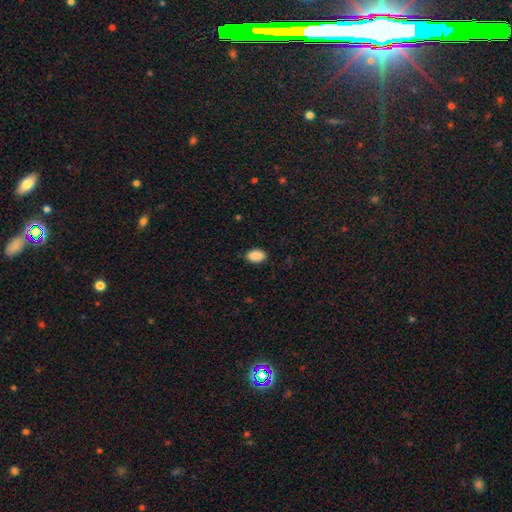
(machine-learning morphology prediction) Q: Smooth or featured?
A: smooth (89%); runner-up: star or artifact (7%)
Q: How rounded?
A: in between (90%); runner-up: round (9%)
Q: Merging?
A: none (86%); runner-up: minor disturbance (11%)